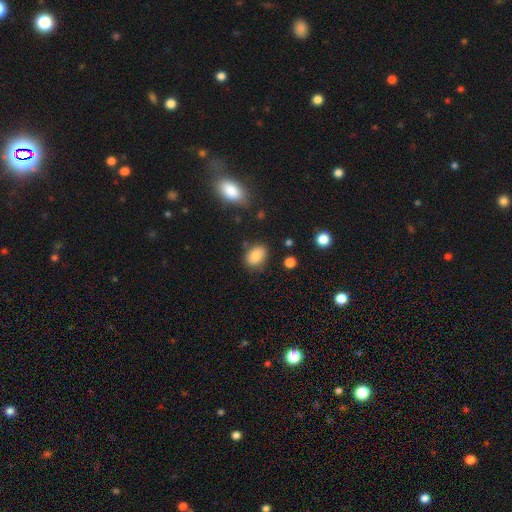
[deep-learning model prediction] Smooth or featured? Predicted: smooth (p=0.85). How rounded? Predicted: in between (p=0.78). Merging? Predicted: none (p=0.80).